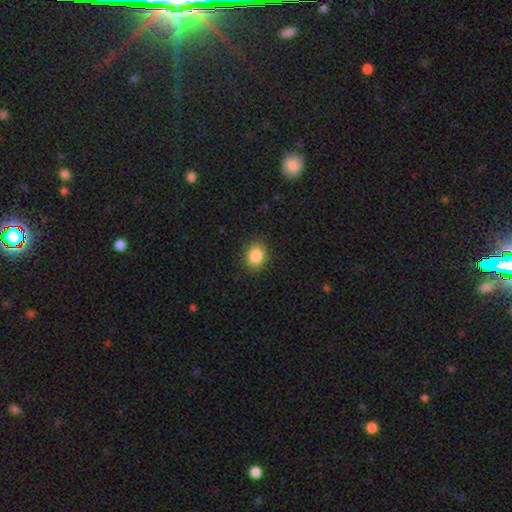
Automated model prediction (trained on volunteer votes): Smooth or featured: smooth — 87% (star or artifact — 9%)
How rounded: round — 56% (in between — 43%)
Merging: none — 89% (minor disturbance — 8%)